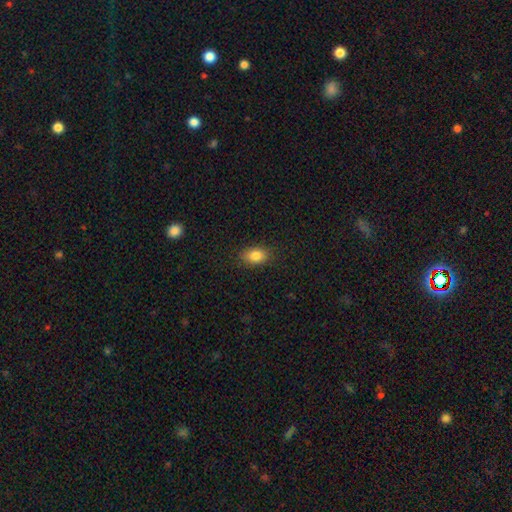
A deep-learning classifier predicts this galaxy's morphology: smooth 84%, star or artifact 9%, featured or disk 7%. Down the decision tree: how rounded — in between (84%); merging — none (87%).